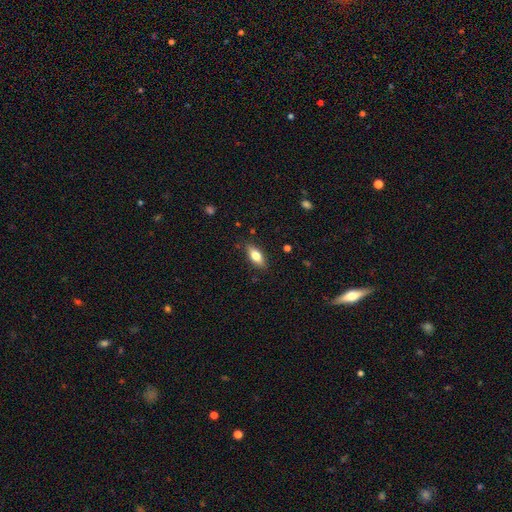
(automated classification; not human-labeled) smooth-or-featured: smooth: 74% | featured or disk: 19% | star or artifact: 7%
  how-rounded: in between: 81% | cigar-shaped: 16% | round: 3%
  merging: none: 85% | minor disturbance: 12% | major disturbance: 3% | merger: 1%